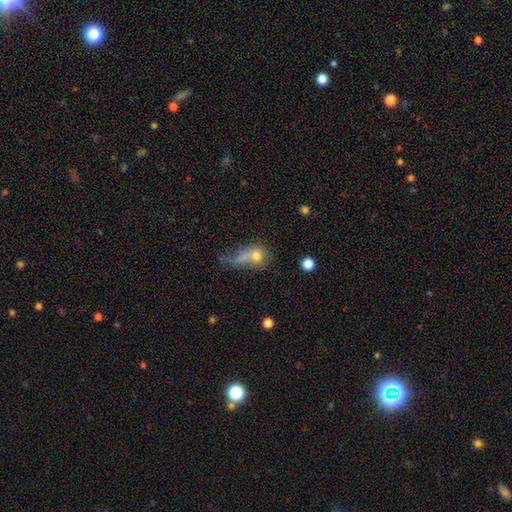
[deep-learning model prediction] This appears to be a smooth galaxy with no disk features (63%) that is in between round and cigar-shaped (48%). Merging: major disturbance (38%).